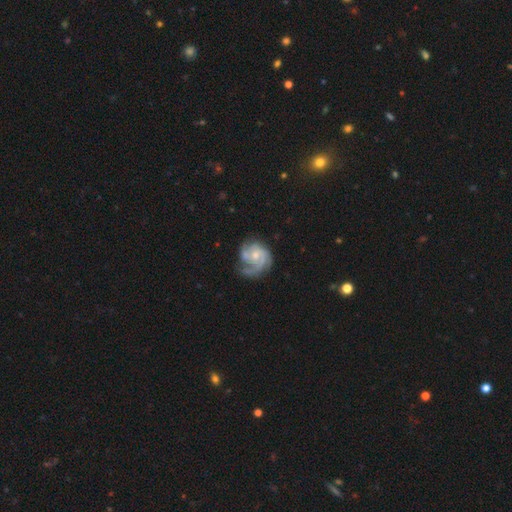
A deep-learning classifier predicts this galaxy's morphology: This is clearly a featured or disk galaxy (86%). It is clearly not viewed edge-on (98%). Bar: likely no (68%). Spiral arm pattern: clearly yes (96%). Spiral arm count: marginally 2 (35%). Spiral winding: possibly tight (50%). Central bulge: possibly small (50%). Merging: possibly none (59%).